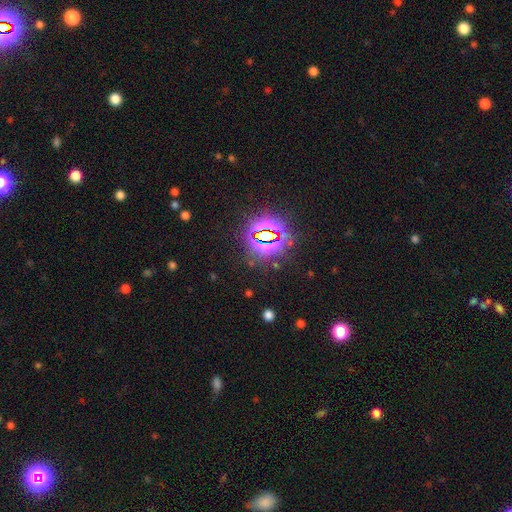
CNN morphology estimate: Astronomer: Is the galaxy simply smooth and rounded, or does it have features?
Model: star or artifact — 83%.